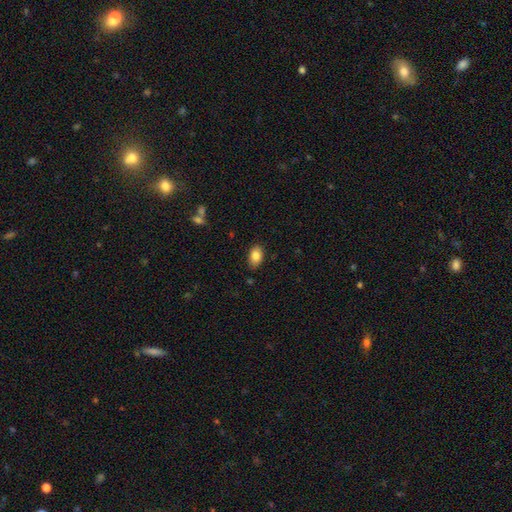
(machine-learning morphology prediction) Smooth or featured: smooth — 84% (featured or disk — 8%)
How rounded: in between — 89% (round — 9%)
Merging: none — 85% (minor disturbance — 12%)